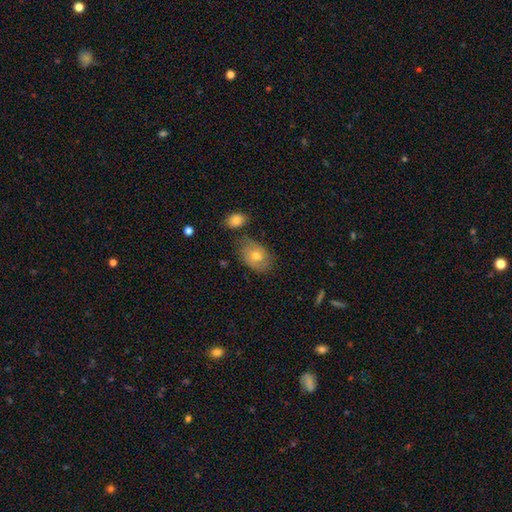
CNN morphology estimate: This is possibly a smooth galaxy (59%). How rounded: likely in between (76%). Merging: likely none (68%).